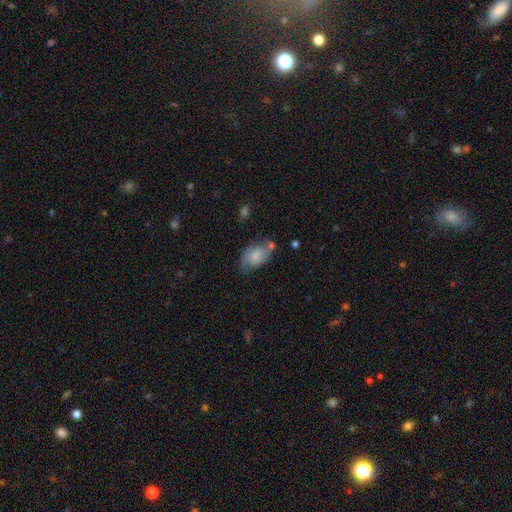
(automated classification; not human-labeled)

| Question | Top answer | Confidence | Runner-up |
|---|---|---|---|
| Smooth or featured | smooth | 68% | featured or disk (25%) |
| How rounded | in between | 87% | round (11%) |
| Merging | none | 49% | minor disturbance (28%) |